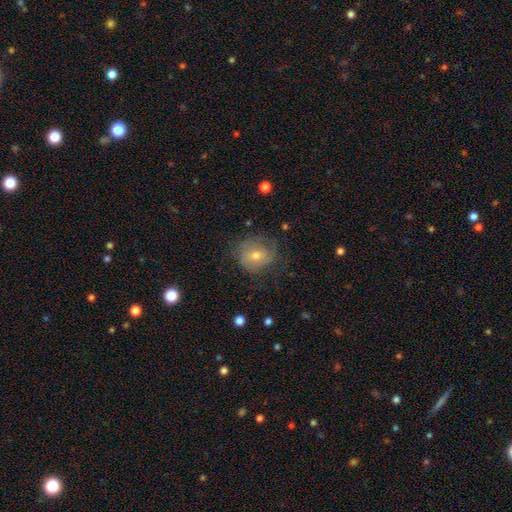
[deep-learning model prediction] smooth 48%, featured or disk 41%, star or artifact 11%. Down the decision tree: merging — none (62%).